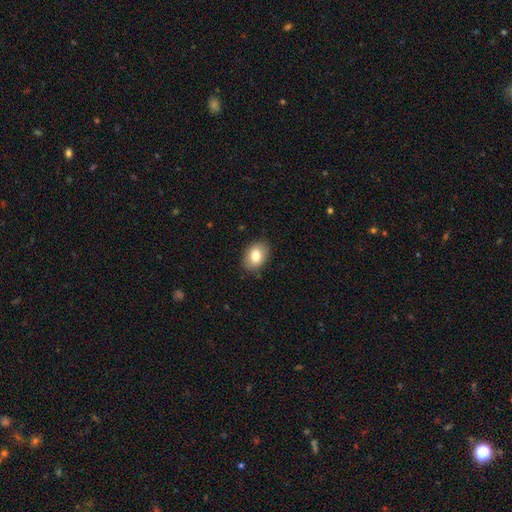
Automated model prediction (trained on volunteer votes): A smooth galaxy with no disk features (80%) that is in between round and cigar-shaped (78%). Merging: none (86%).